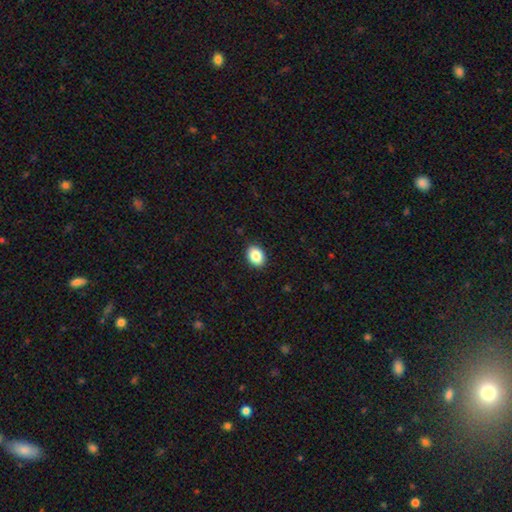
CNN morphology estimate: A smooth galaxy with no disk features (87%) that is in between round and cigar-shaped (68%). Merging: none (90%).